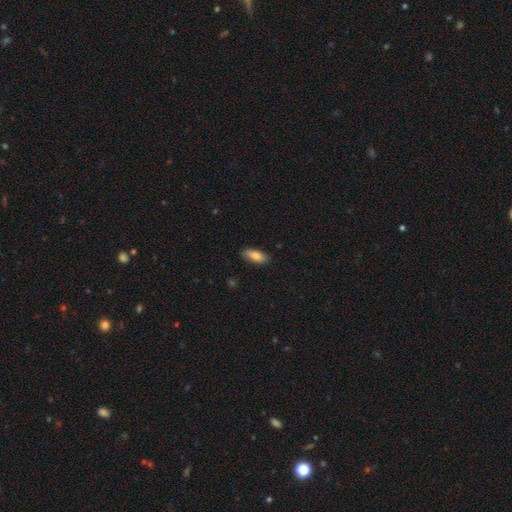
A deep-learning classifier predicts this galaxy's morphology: A smooth galaxy with no disk features (79%) that is in between round and cigar-shaped (82%).

Vote fractions:
- Smooth or featured? smooth: 79% / featured or disk: 15% / star or artifact: 6%
- How rounded? in between: 82% / cigar-shaped: 16% / round: 2%
- Merging? none: 86% / minor disturbance: 11% / major disturbance: 2% / merger: 1%